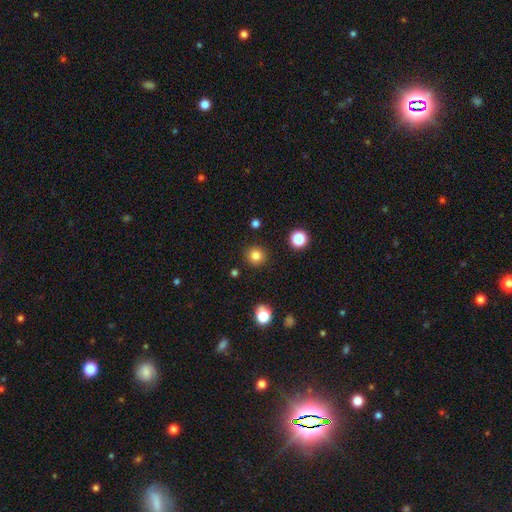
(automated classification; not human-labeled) This is clearly a smooth galaxy (83%). How rounded: clearly round (94%). Merging: clearly none (91%).